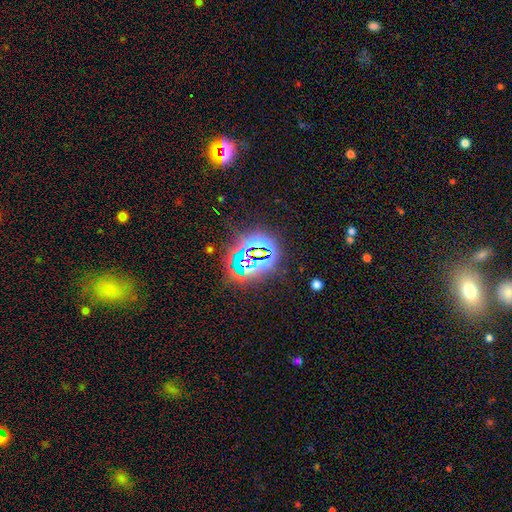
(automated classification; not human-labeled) The model was most divided on "smooth or featured": star or artifact: 75%, smooth: 15%, featured or disk: 10%.